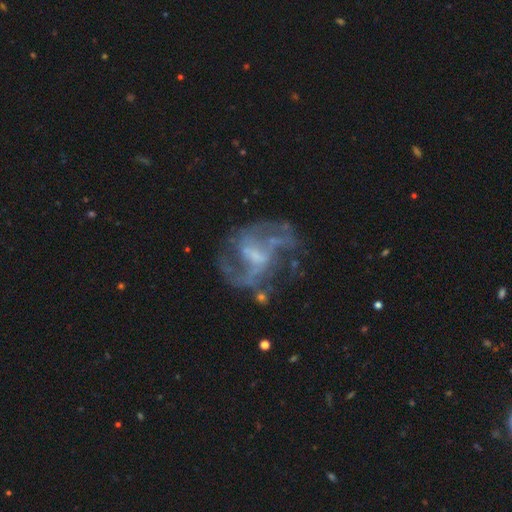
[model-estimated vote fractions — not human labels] This is clearly a featured or disk galaxy (83%). It is clearly not viewed edge-on (97%). Bar: possibly weak (51%). Spiral arm pattern: clearly yes (84%). Spiral arm count: possibly 2 (55%). Spiral winding: marginally medium (45%). Central bulge: marginally small (39%). Merging: possibly none (54%).